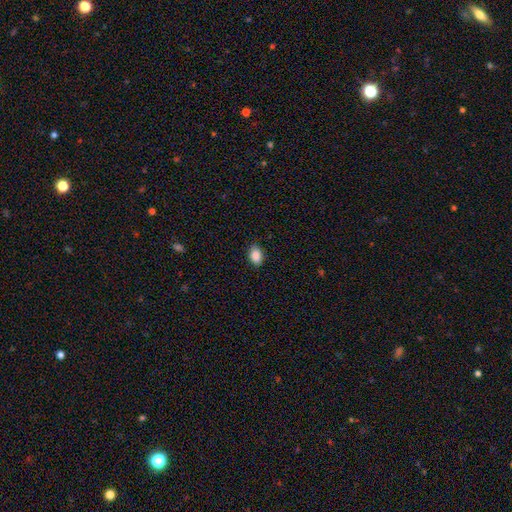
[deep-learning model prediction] Overall: smooth (88%). How rounded: in between (85%). Merging: none (88%).